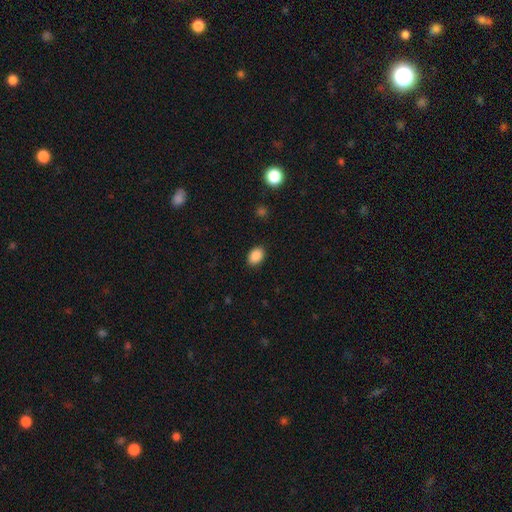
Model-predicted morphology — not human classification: type=smooth (88%); roundness=in between (81%); merging=none (88%).